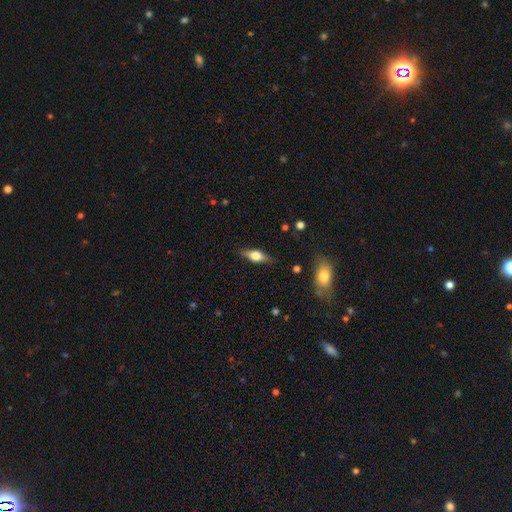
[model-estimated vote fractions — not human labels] smooth-or-featured: smooth: 52% | featured or disk: 41% | star or artifact: 7%
  how-rounded: in between: 64% | cigar-shaped: 31% | round: 5%
  merging: none: 83% | minor disturbance: 12% | major disturbance: 3% | merger: 1%